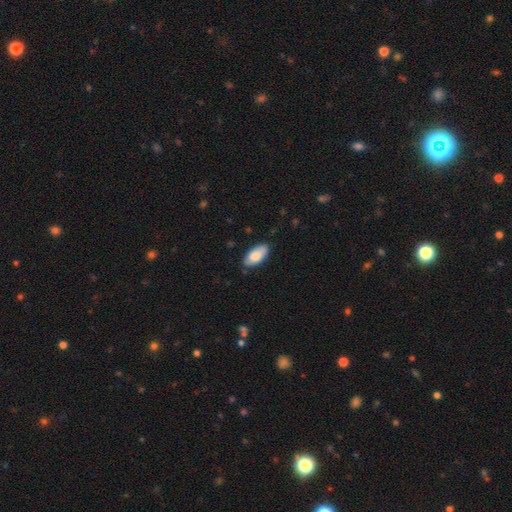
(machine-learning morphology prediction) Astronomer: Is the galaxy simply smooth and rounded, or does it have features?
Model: smooth — 83%.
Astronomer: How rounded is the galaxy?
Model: in between — 92%.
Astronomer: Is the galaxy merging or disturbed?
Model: none — 81%.